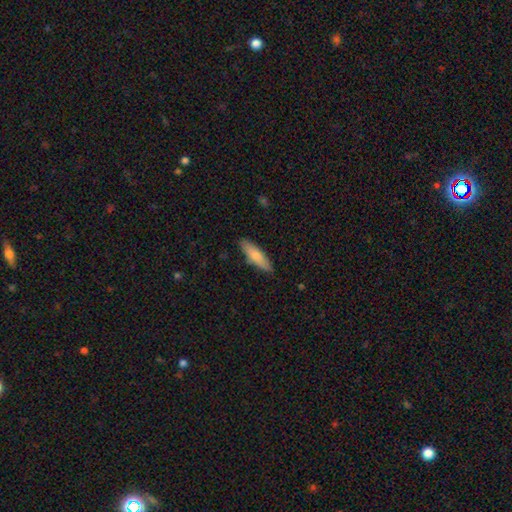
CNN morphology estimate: A smooth galaxy with no disk features (77%) that is cigar-shaped (59%). Merging: none (86%).